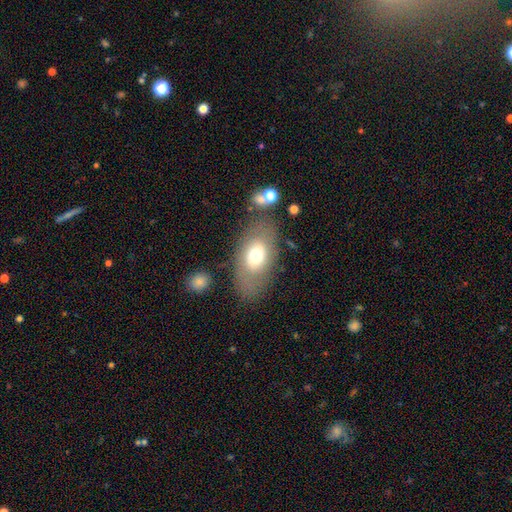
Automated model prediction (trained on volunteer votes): This is likely a smooth galaxy (62%). How rounded: clearly in between (88%). Merging: likely none (73%).